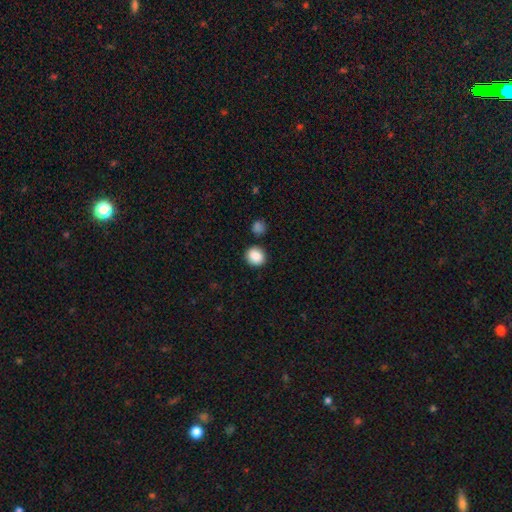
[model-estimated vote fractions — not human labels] The model was most divided on "how rounded": round: 79%, in between: 20%, cigar-shaped: 1%. More confident: smooth or featured — smooth (88%); merging — none (84%).